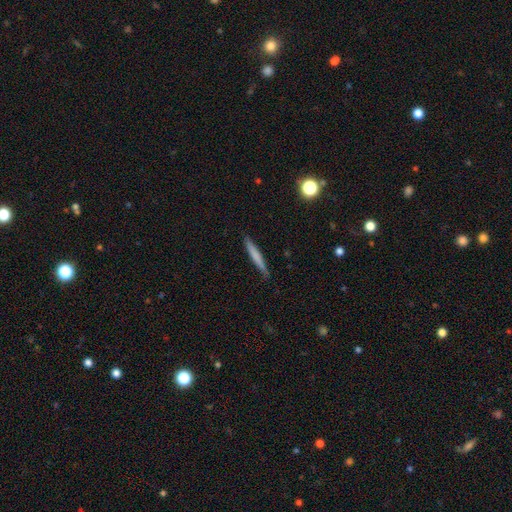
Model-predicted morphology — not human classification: A smooth galaxy with no disk features (68%) that is cigar-shaped (95%).

Vote fractions:
- Smooth or featured? smooth: 68% / featured or disk: 26% / star or artifact: 6%
- How rounded? cigar-shaped: 95% / in between: 3% / round: 1%
- Merging? none: 86% / minor disturbance: 11% / major disturbance: 2% / merger: 1%